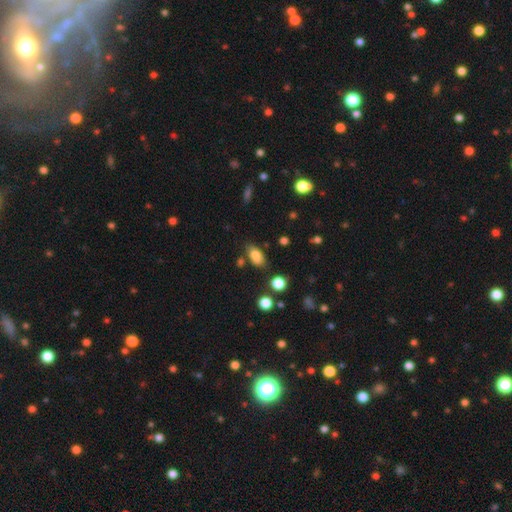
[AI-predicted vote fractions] Smooth or featured? Predicted: smooth (p=0.82). How rounded? Predicted: in between (p=0.89). Merging? Predicted: none (p=0.69).